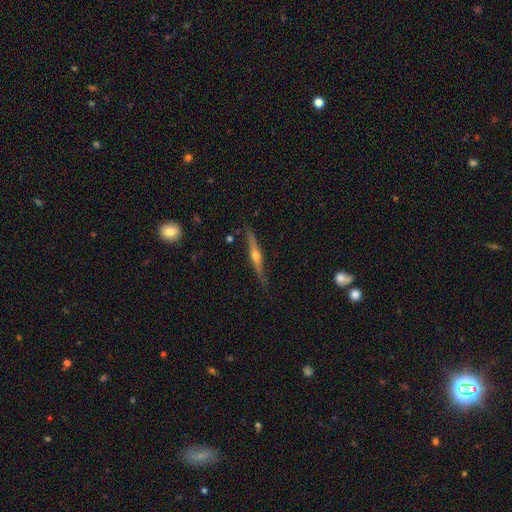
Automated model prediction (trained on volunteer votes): smooth-or-featured: featured or disk: 74% | smooth: 20% | star or artifact: 6%
  disk-edge-on: yes: 97% | no: 3%
    edge-on-bulge: rounded: 92% | none: 4% | boxy: 3%
  merging: none: 81% | minor disturbance: 14% | major disturbance: 3% | merger: 2%